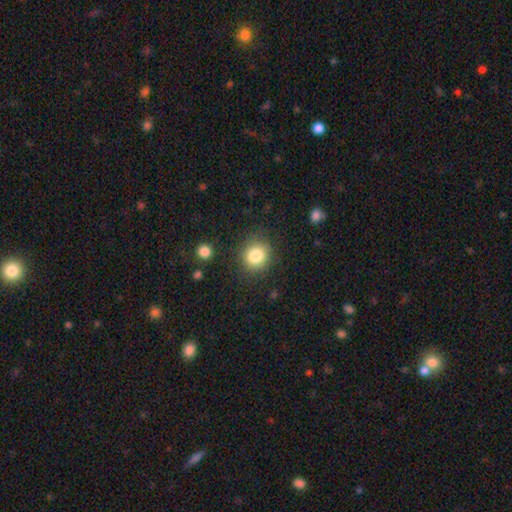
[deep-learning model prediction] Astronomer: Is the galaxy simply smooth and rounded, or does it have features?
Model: smooth — 83%.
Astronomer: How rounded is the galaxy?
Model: round — 80%.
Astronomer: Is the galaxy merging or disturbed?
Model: none — 84%.